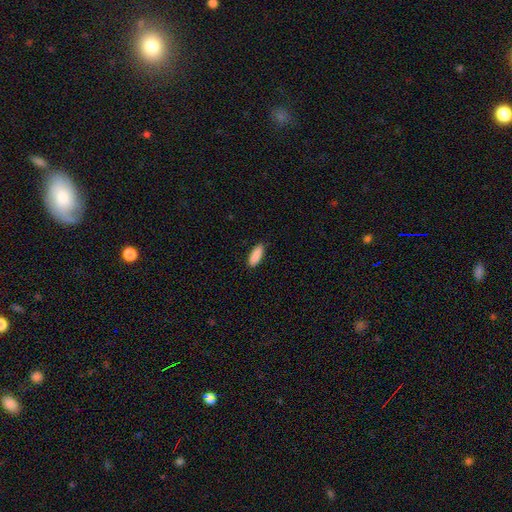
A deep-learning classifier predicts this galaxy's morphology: Q: Smooth or featured?
A: smooth (90%); runner-up: star or artifact (6%)
Q: How rounded?
A: in between (76%); runner-up: cigar-shaped (22%)
Q: Merging?
A: none (87%); runner-up: minor disturbance (10%)